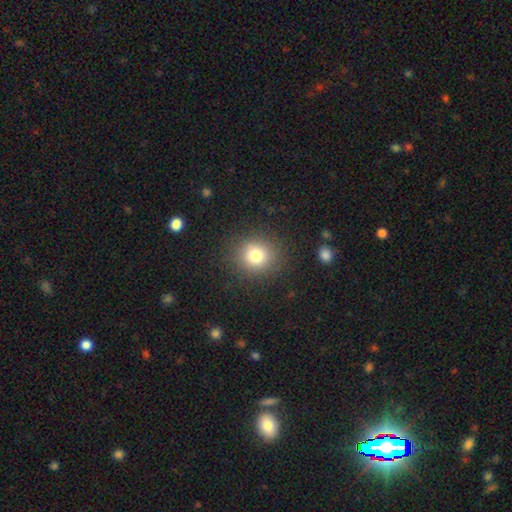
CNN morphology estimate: smooth 79%, star or artifact 13%, featured or disk 8%. Down the decision tree: how rounded — round (85%); merging — none (87%).